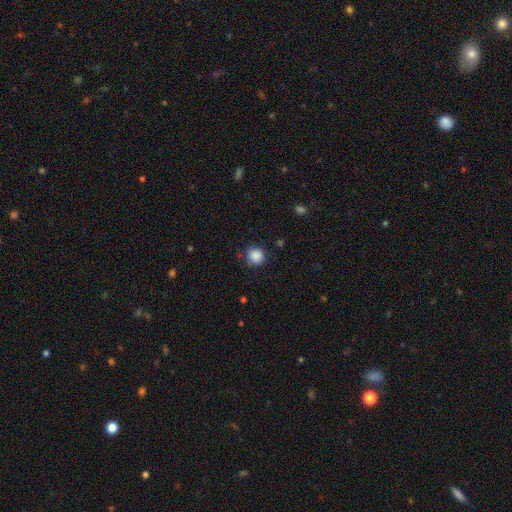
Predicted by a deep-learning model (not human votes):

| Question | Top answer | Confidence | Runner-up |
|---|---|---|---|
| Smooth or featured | smooth | 87% | star or artifact (9%) |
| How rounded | round | 92% | in between (7%) |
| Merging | none | 84% | minor disturbance (12%) |